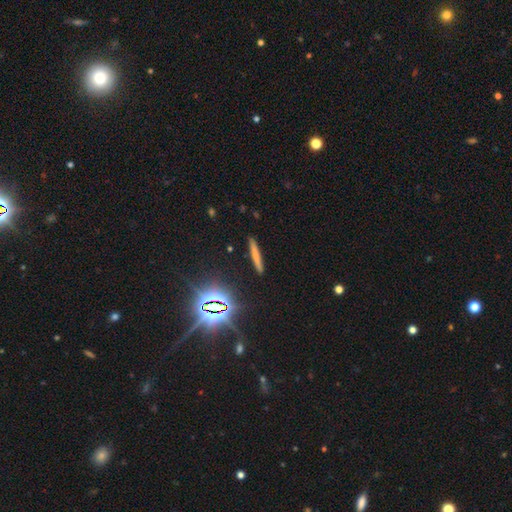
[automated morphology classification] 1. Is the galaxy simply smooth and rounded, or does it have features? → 62% smooth, 23% featured or disk, 15% star or artifact.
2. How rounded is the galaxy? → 94% cigar-shaped, 4% in between, 2% round.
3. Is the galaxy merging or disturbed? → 89% none, 7% minor disturbance, 2% major disturbance, 2% merger.